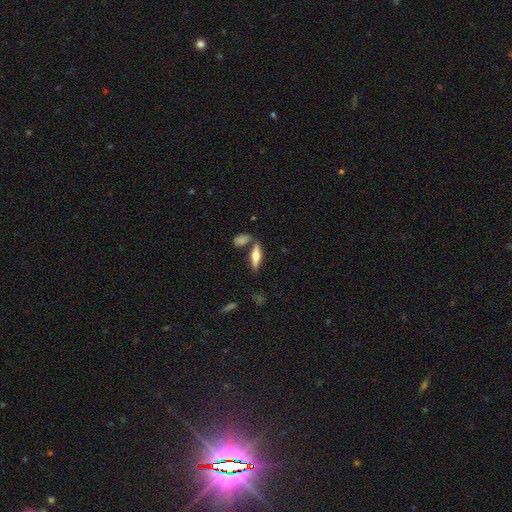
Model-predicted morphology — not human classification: The model was most divided on "smooth or featured": smooth: 53%, featured or disk: 41%, star or artifact: 6%. More confident: merging — none (74%); how rounded — cigar-shaped (59%).